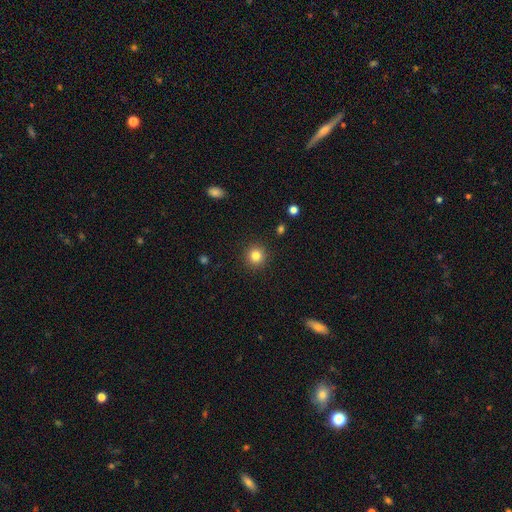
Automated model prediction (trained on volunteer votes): Smooth or featured: smooth — 82% (star or artifact — 11%)
How rounded: round — 94% (in between — 5%)
Merging: none — 92% (minor disturbance — 5%)